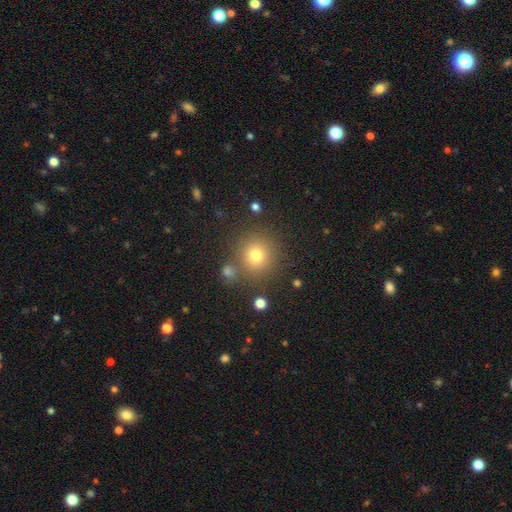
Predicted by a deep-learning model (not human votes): Smooth or featured? smooth (75%)
How rounded? round (93%)
Merging? none (81%)